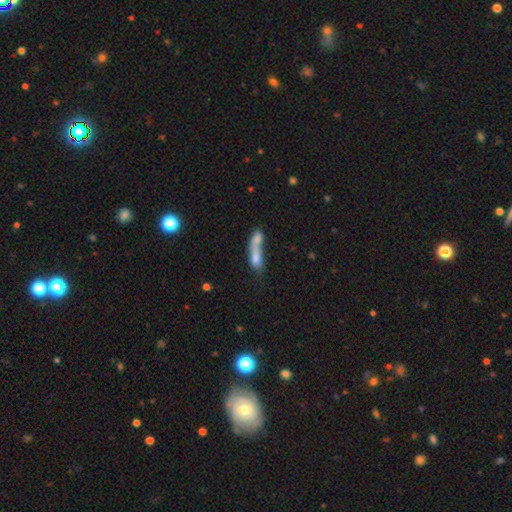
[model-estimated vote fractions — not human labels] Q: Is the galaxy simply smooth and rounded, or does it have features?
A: smooth — 69%.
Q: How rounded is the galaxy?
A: in between — 57%.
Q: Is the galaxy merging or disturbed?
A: merger — 70%.